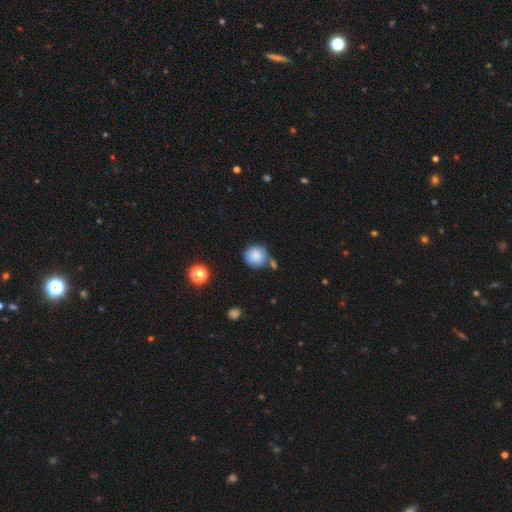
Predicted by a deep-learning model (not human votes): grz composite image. It shows a smooth galaxy with no disk features (82%) that is round (92%). Merging: none (63%).